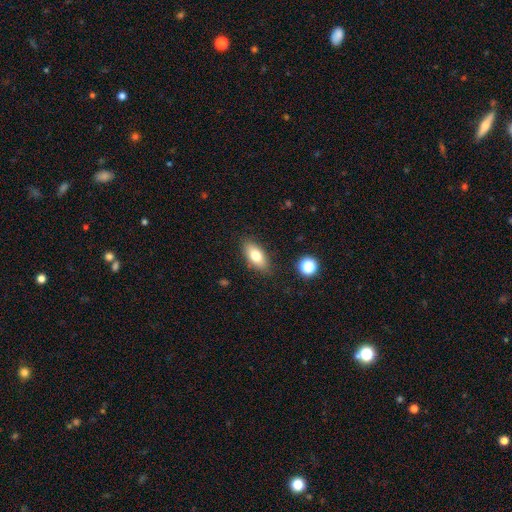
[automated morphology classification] Overall: smooth (76%). How rounded: in between (85%). Merging: none (84%).